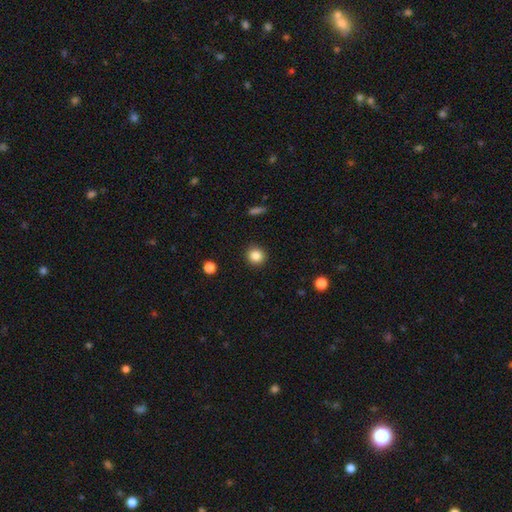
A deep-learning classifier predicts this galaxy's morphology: smooth-or-featured: smooth: 85% | star or artifact: 11% | featured or disk: 4%
  how-rounded: round: 91% | in between: 8% | cigar-shaped: 1%
  merging: none: 91% | minor disturbance: 6% | major disturbance: 2% | merger: 1%